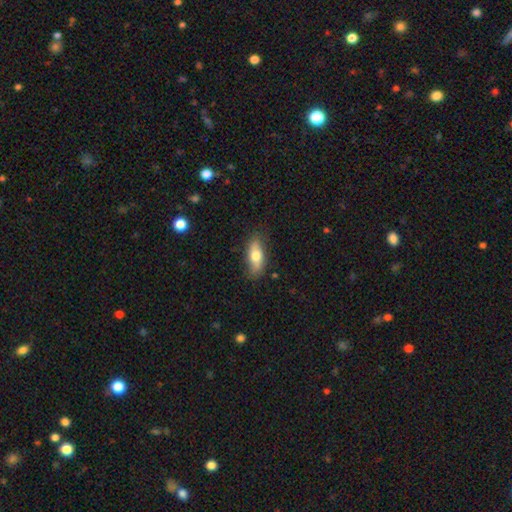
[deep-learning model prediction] Q: Smooth or featured?
A: smooth (68%); runner-up: featured or disk (26%)
Q: How rounded?
A: in between (73%); runner-up: cigar-shaped (23%)
Q: Merging?
A: none (79%); runner-up: minor disturbance (16%)